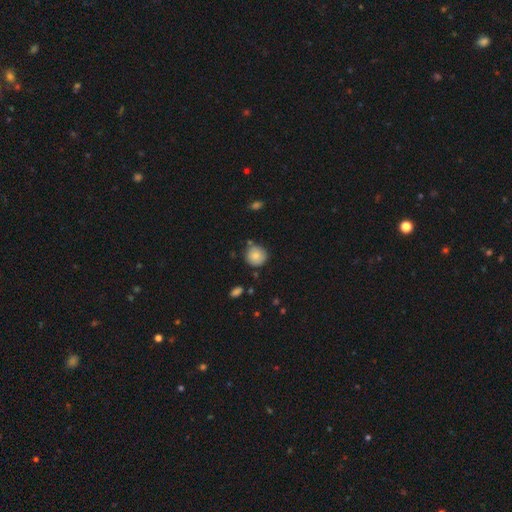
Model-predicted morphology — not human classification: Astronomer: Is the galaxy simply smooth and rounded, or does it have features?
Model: smooth — 82%.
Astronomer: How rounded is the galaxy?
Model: round — 90%.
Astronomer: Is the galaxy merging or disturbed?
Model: none — 75%.